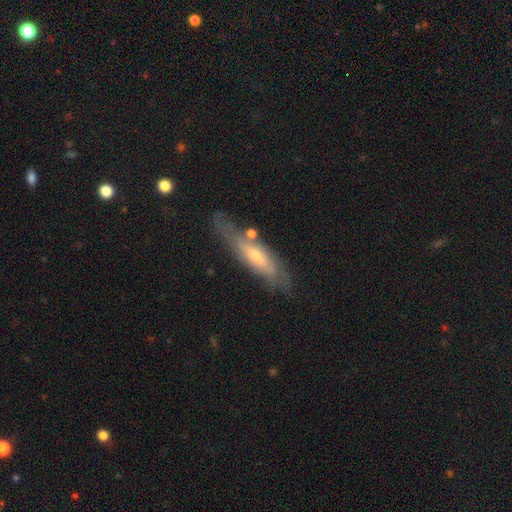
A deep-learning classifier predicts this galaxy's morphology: smooth_or_featured: featured or disk (p=0.57) [alt: smooth p=0.36]
disk_edge_on: yes (p=0.53) [alt: no p=0.47]
merging: none (p=0.63) [alt: minor disturbance p=0.22]